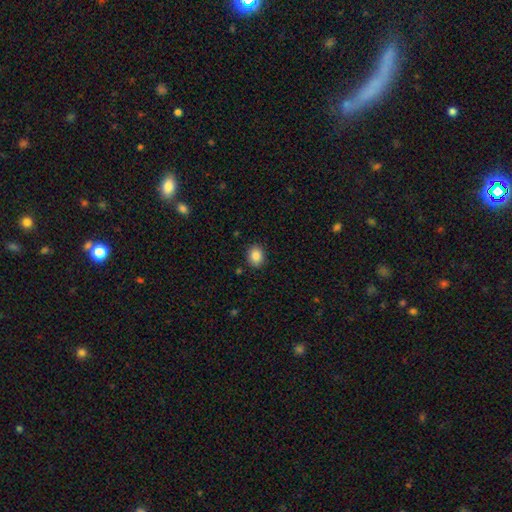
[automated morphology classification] Smooth or featured: smooth — 86% (star or artifact — 9%)
How rounded: round — 52% (in between — 47%)
Merging: none — 88% (minor disturbance — 8%)